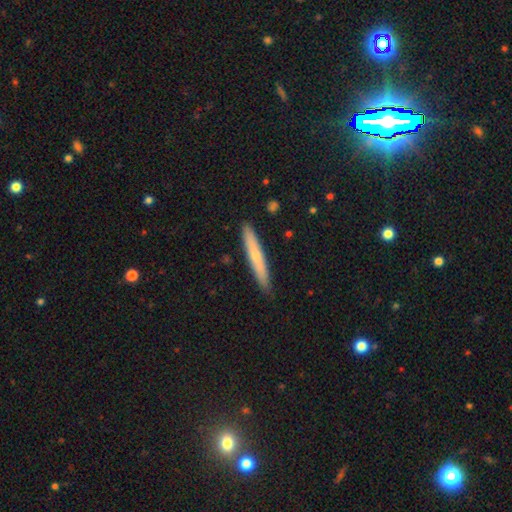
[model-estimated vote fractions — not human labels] The model was most divided on "smooth or featured": smooth: 57%, featured or disk: 37%, star or artifact: 6%. More confident: how rounded — cigar-shaped (94%); merging — none (90%).